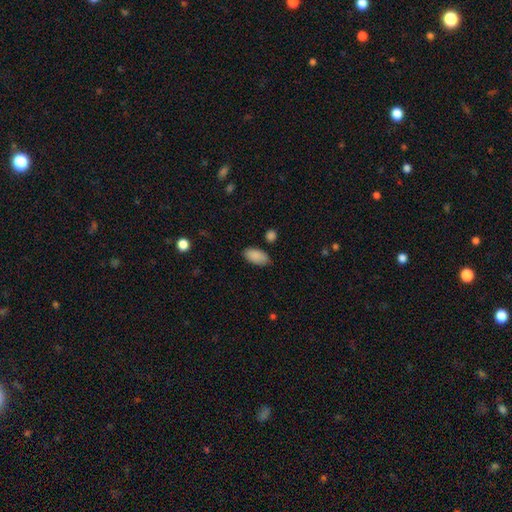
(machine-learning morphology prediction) This appears to be a smooth galaxy with no disk features (88%) that is in between round and cigar-shaped (94%). Merging: none (81%).